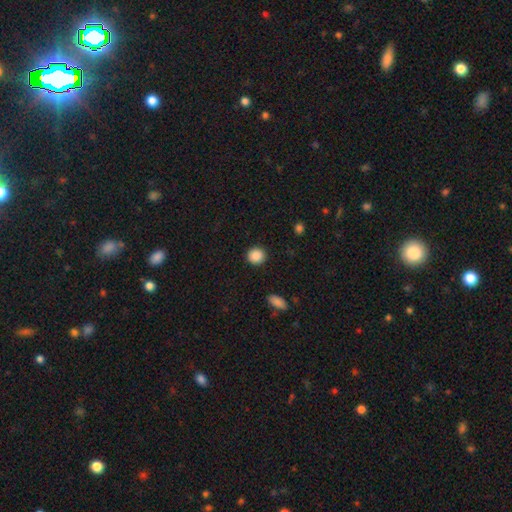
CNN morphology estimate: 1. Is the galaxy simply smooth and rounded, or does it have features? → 88% smooth, 9% star or artifact, 3% featured or disk.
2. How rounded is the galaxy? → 90% round, 9% in between, 1% cigar-shaped.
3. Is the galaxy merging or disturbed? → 92% none, 5% minor disturbance, 2% major disturbance, 1% merger.